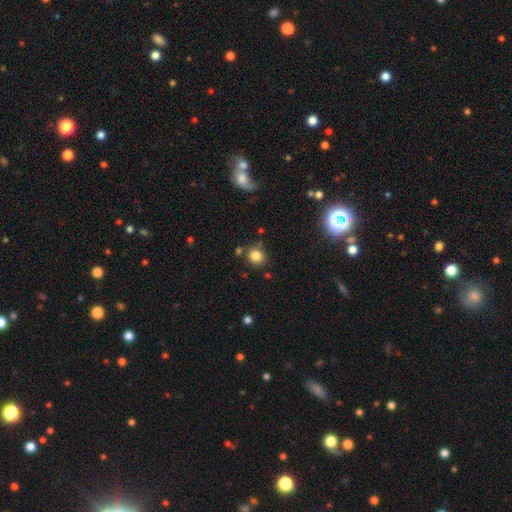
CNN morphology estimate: Q: Smooth or featured?
A: smooth (83%); runner-up: star or artifact (12%)
Q: How rounded?
A: round (73%); runner-up: in between (26%)
Q: Merging?
A: none (76%); runner-up: minor disturbance (12%)